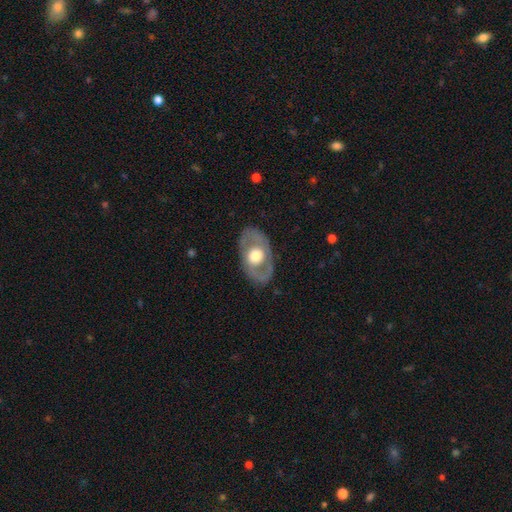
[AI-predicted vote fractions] This appears to be a featured or disk galaxy (61%) with no bar (84%), no spiral arms (72%) and a moderate central bulge (47%). Merging: none (81%).